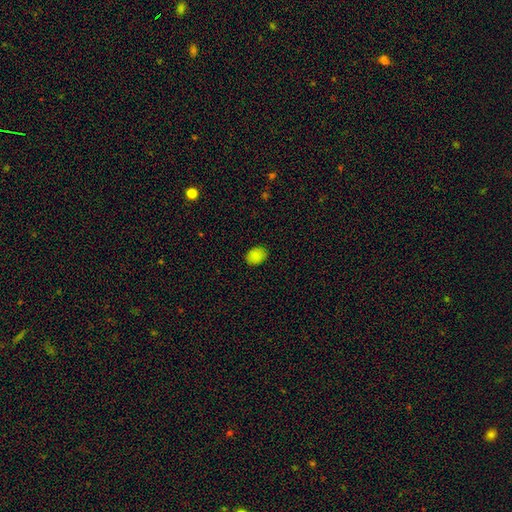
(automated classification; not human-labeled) A smooth galaxy with no disk features (86%) that is in between round and cigar-shaped (60%).

Vote fractions:
- Smooth or featured? smooth: 86% / star or artifact: 11% / featured or disk: 3%
- How rounded? in between: 60% / round: 39% / cigar-shaped: 1%
- Merging? none: 88% / minor disturbance: 9% / major disturbance: 2% / merger: 1%